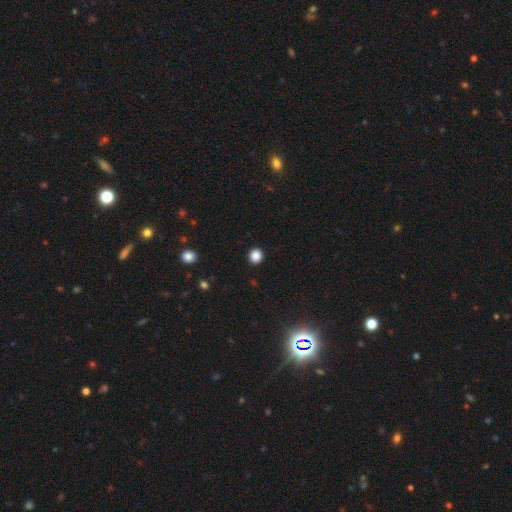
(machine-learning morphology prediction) A smooth galaxy with no disk features (87%) that is round (91%).

Vote fractions:
- Smooth or featured? smooth: 87% / star or artifact: 11% / featured or disk: 3%
- How rounded? round: 91% / in between: 8% / cigar-shaped: 1%
- Merging? none: 93% / minor disturbance: 4% / major disturbance: 2% / merger: 1%